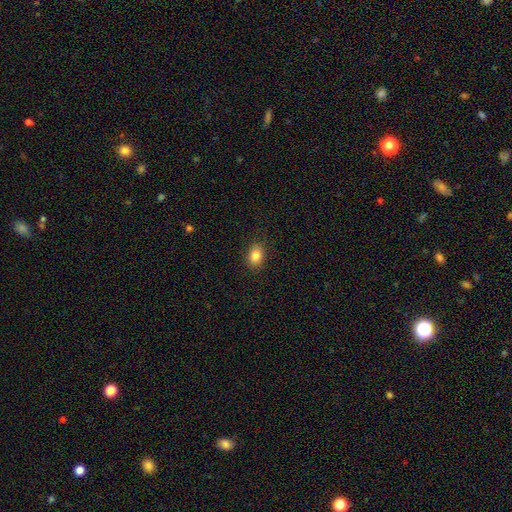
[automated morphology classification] Overall: smooth (84%). How rounded: in between (73%). Merging: none (87%).